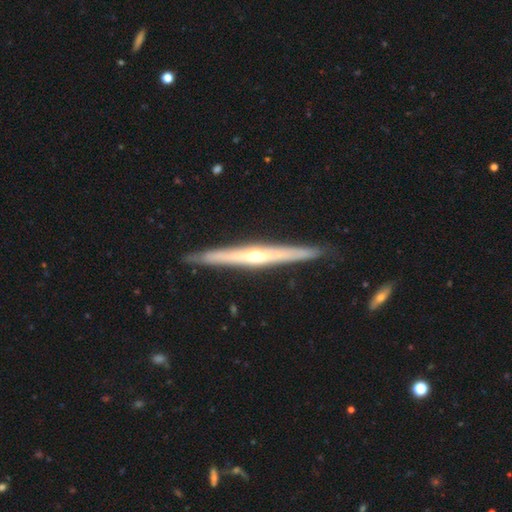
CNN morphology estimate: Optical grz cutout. It shows a featured or disk galaxy (77%) viewed edge-on (97%) with a rounded central bulge (82%). Merging: none (90%).